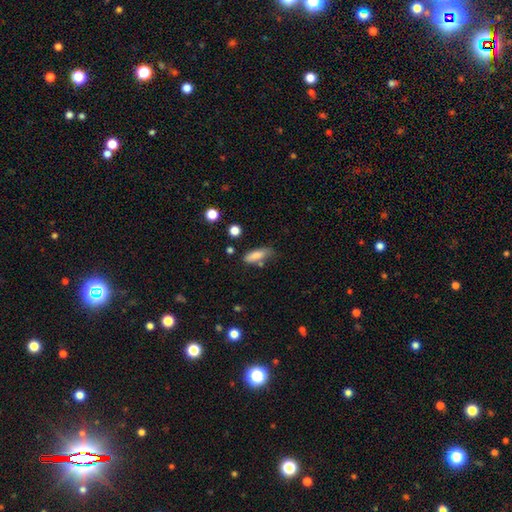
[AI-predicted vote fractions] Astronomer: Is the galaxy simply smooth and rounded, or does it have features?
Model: smooth — 81%.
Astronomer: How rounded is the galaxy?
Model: in between — 62%.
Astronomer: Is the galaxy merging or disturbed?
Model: none — 61%.